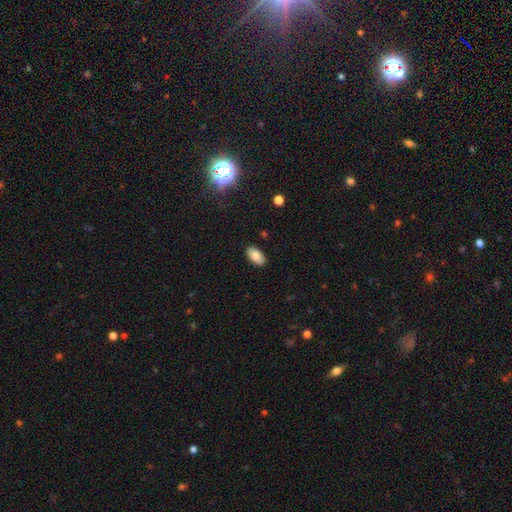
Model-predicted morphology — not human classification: Smooth or featured?
  - smooth: 81% *
  - featured or disk: 11%
  - star or artifact: 8%
How rounded?
  - in between: 94% *
  - round: 3%
  - cigar-shaped: 2%
Merging?
  - none: 88% *
  - minor disturbance: 9%
  - major disturbance: 2%
  - merger: 1%